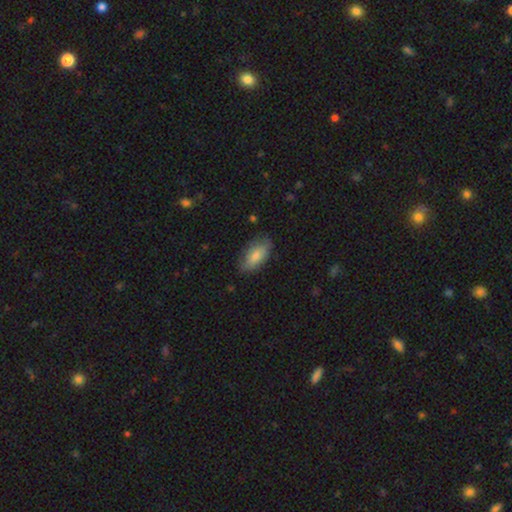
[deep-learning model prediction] smooth_or_featured: smooth (p=0.79) [alt: featured or disk p=0.15]
how_rounded: in between (p=0.90) [alt: cigar-shaped p=0.07]
merging: none (p=0.76) [alt: minor disturbance p=0.19]